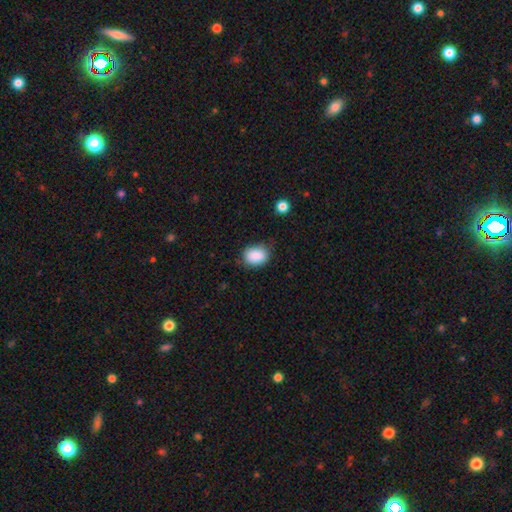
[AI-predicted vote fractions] Smooth or featured: smooth — 88% (star or artifact — 8%)
How rounded: in between — 65% (round — 34%)
Merging: none — 74% (minor disturbance — 20%)